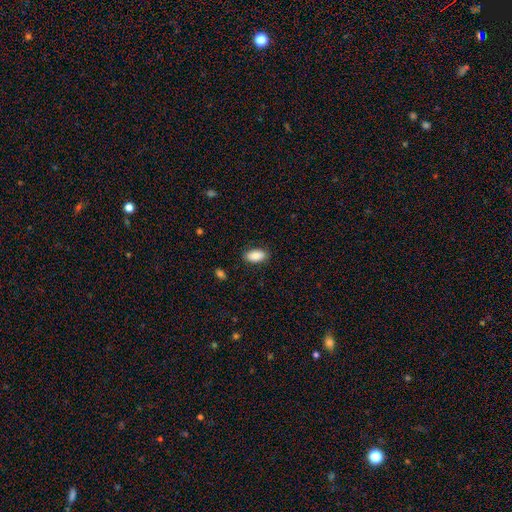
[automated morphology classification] Q: Smooth or featured?
A: smooth (87%); runner-up: featured or disk (7%)
Q: How rounded?
A: in between (93%); runner-up: cigar-shaped (4%)
Q: Merging?
A: none (86%); runner-up: minor disturbance (10%)